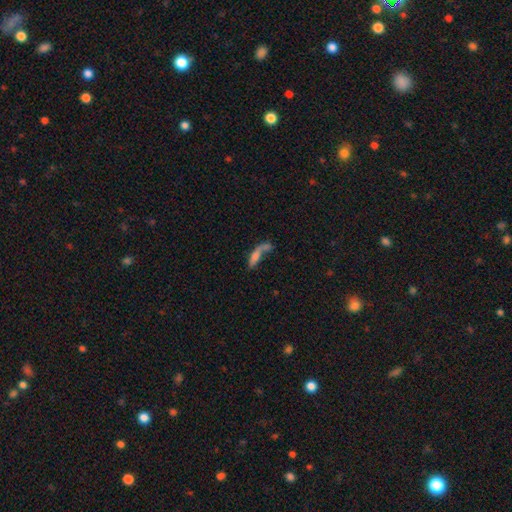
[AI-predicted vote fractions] Q: Smooth or featured?
A: smooth (53%); runner-up: featured or disk (35%)
Q: How rounded?
A: cigar-shaped (59%); runner-up: in between (37%)
Q: Merging?
A: merger (30%); runner-up: none (28%)